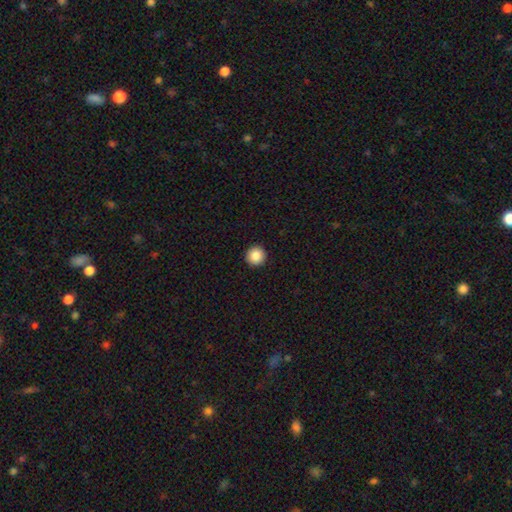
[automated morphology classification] Smooth or featured: smooth — 87% (star or artifact — 9%)
How rounded: round — 96% (in between — 3%)
Merging: none — 94% (minor disturbance — 4%)